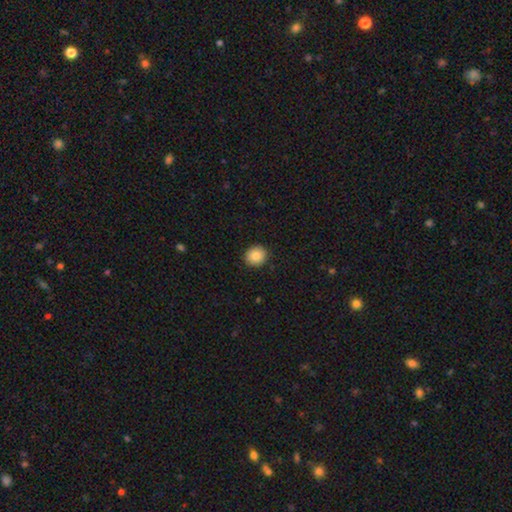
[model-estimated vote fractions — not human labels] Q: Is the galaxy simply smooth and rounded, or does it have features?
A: smooth — 85%.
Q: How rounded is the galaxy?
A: round — 82%.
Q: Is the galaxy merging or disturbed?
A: none — 91%.